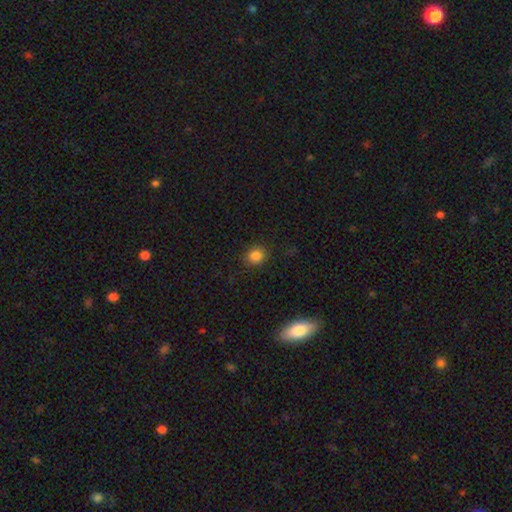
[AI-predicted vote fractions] Q: Smooth or featured?
A: smooth (84%); runner-up: star or artifact (12%)
Q: How rounded?
A: round (79%); runner-up: in between (20%)
Q: Merging?
A: none (87%); runner-up: minor disturbance (9%)